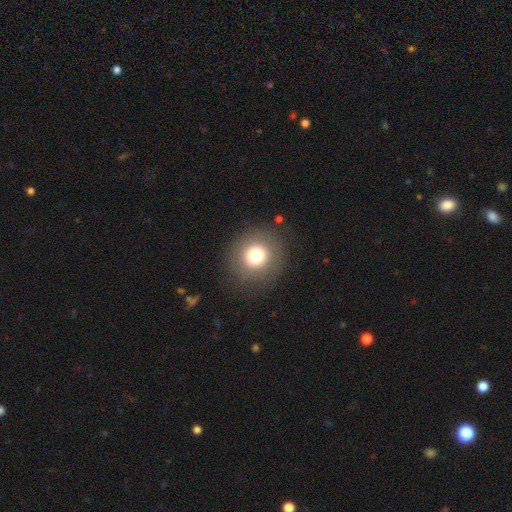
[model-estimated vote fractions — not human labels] The model was most divided on "smooth or featured": smooth: 74%, featured or disk: 13%, star or artifact: 12%. More confident: how rounded — round (94%); merging — none (87%).